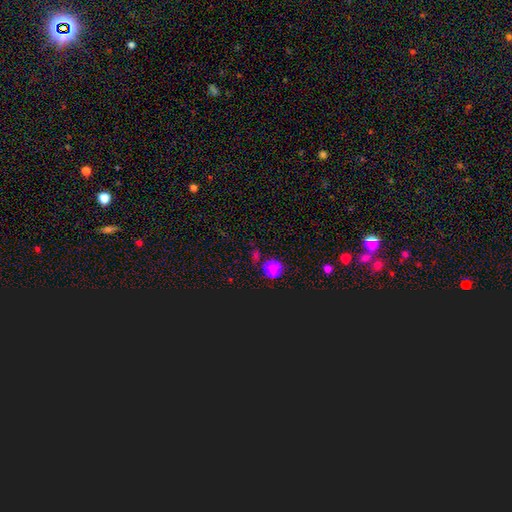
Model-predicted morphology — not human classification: Smooth or featured? smooth (54%)
How rounded? round (80%)
Merging? none (73%)